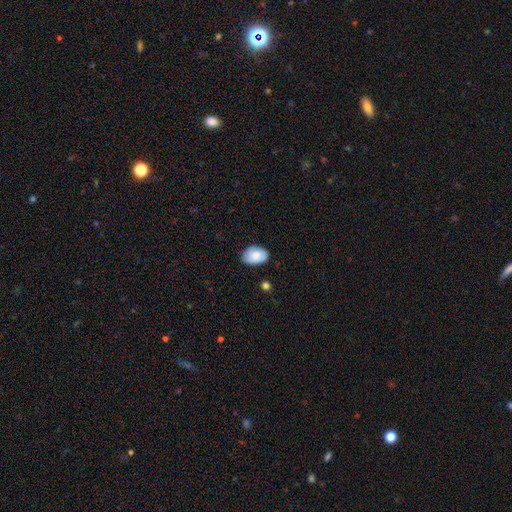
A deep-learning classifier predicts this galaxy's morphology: smooth-or-featured: smooth: 79% | featured or disk: 14% | star or artifact: 7%
  how-rounded: in between: 84% | round: 15% | cigar-shaped: 1%
  merging: none: 75% | minor disturbance: 20% | major disturbance: 3% | merger: 2%